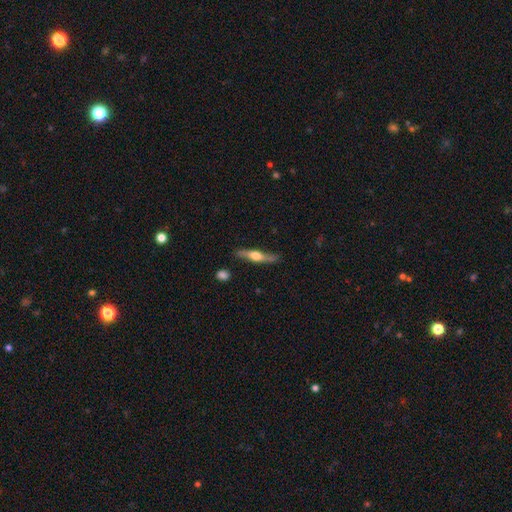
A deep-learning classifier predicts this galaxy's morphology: featured or disk 64%, smooth 31%, star or artifact 5%. Down the decision tree: edge-on disk — yes (93%); edge-on bulge — rounded (92%); merging — none (82%).